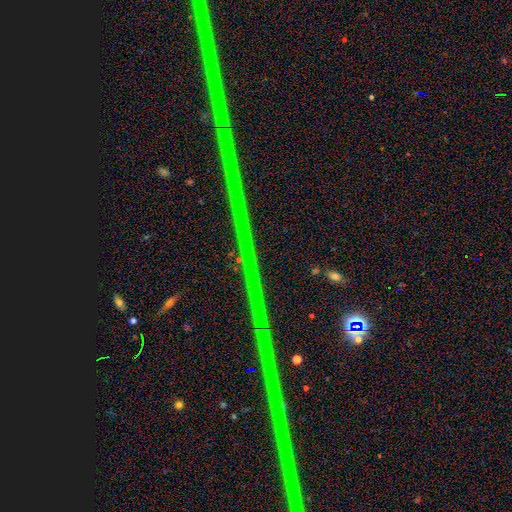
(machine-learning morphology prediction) A star or artifact, not a galaxy (82%).